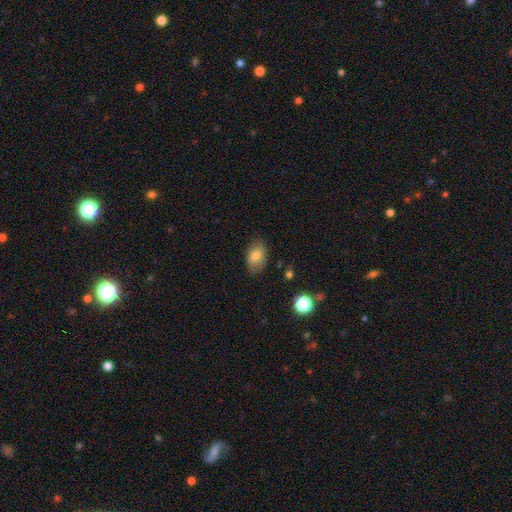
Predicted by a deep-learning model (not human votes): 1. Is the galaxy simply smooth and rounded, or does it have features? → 74% smooth, 17% featured or disk, 9% star or artifact.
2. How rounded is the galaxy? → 84% in between, 14% round, 2% cigar-shaped.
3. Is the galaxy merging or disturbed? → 75% none, 20% minor disturbance, 4% major disturbance, 1% merger.